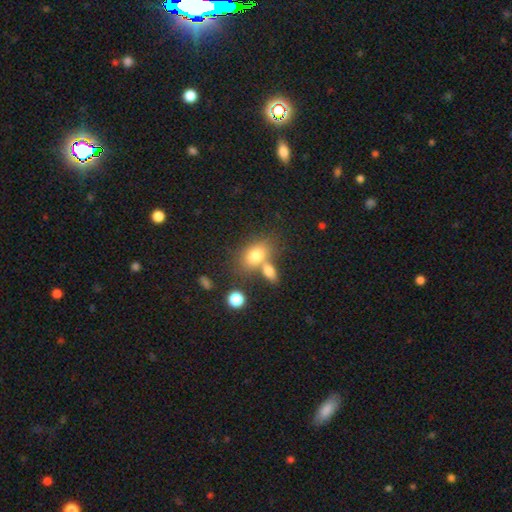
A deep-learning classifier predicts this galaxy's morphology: smooth-or-featured: smooth: 75% | featured or disk: 14% | star or artifact: 10%
  how-rounded: in between: 77% | round: 20% | cigar-shaped: 3%
  merging: none: 45% | merger: 38% | minor disturbance: 12% | major disturbance: 5%